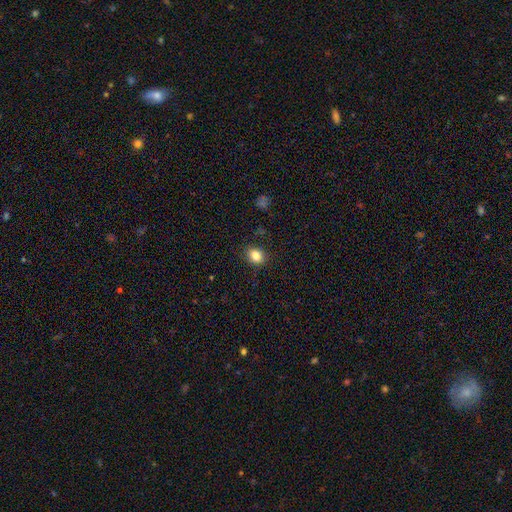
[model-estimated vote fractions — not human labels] This appears to be a smooth galaxy with no disk features (83%) that is round (50%). Merging: none (86%).